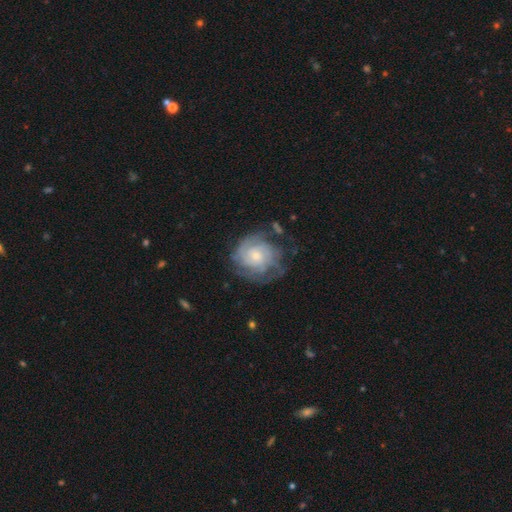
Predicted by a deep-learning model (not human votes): featured or disk 77%, smooth 17%, star or artifact 6%. Down the decision tree: edge-on disk — no (98%); bar — no (77%); spiral arms — yes (91%); spiral arm count — can't tell (45%); spiral winding — tight (67%); bulge size — small (57%); merging — none (63%).